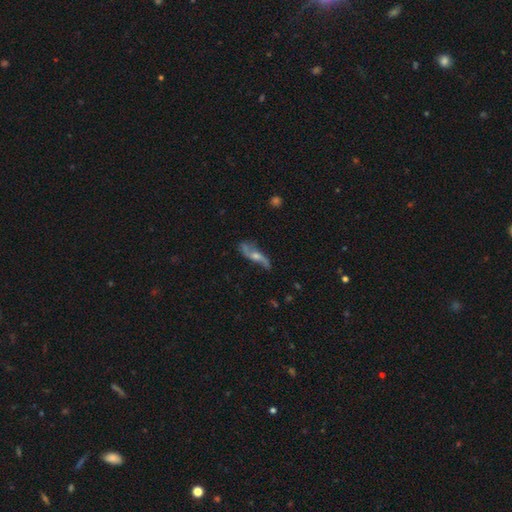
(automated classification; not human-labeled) Overall: featured or disk (79%). Edge-on disk: no (79%). Bar: no (57%; weak 31%). Spiral arms: yes (92%). Spiral arm count: 2 (91%). Spiral winding: loose (79%). Bulge size: moderate (56%; small 31%). Merging: none (73%).